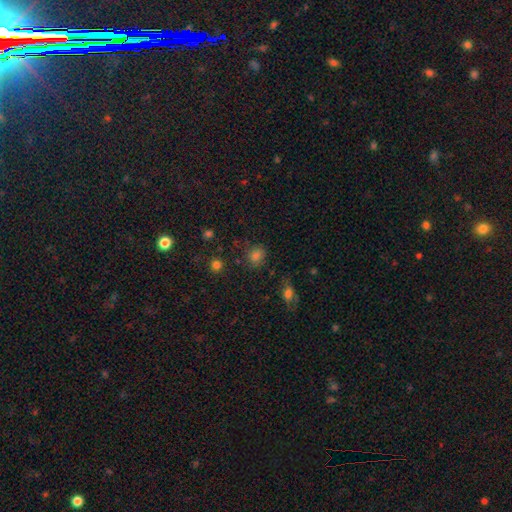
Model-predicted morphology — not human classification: A smooth galaxy with no disk features (76%) that is round (64%). Merging: none (76%).